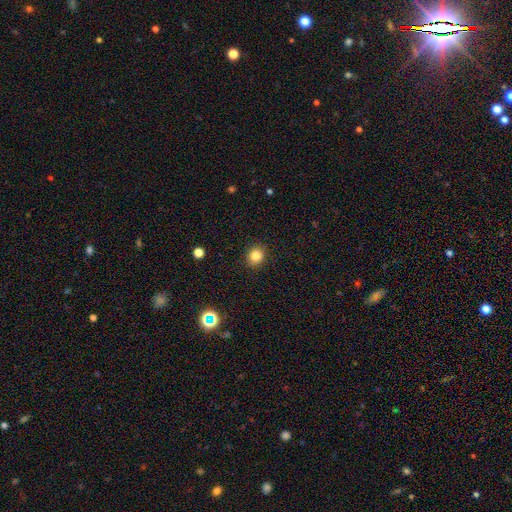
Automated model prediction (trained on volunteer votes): Overall: smooth (84%). How rounded: round (77%). Merging: none (90%).